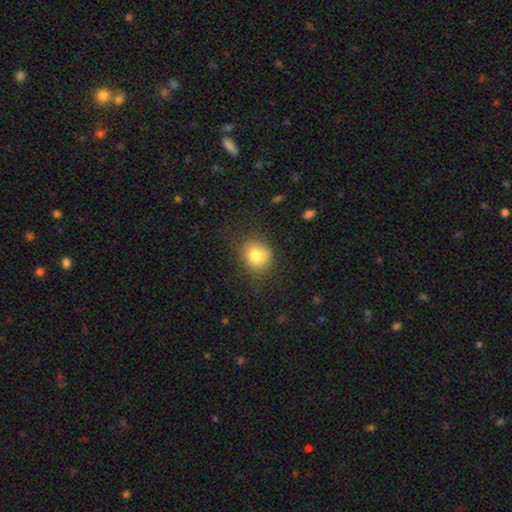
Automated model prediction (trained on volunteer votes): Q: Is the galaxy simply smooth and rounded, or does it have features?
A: smooth — 77%.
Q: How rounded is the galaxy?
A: round — 74%.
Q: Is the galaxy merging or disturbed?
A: none — 69%.